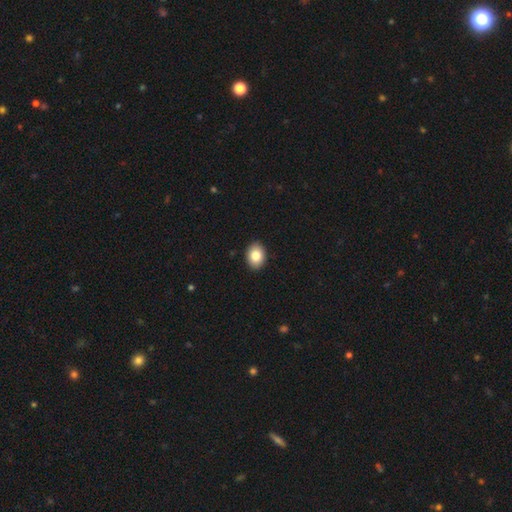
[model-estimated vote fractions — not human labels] This is clearly a smooth galaxy (85%). How rounded: likely in between (70%). Merging: clearly none (91%).